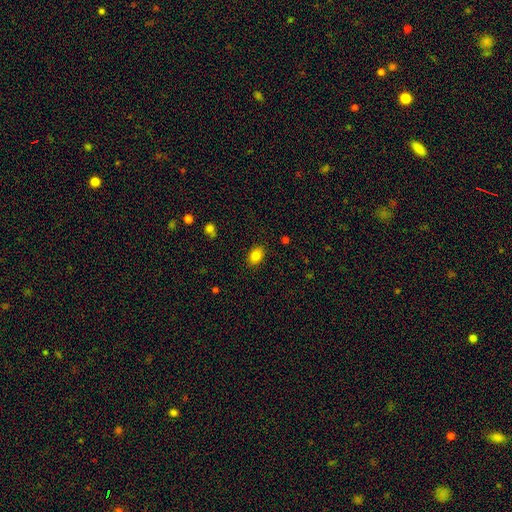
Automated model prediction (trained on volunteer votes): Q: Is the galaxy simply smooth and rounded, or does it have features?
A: smooth — 85%.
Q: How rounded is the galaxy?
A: in between — 80%.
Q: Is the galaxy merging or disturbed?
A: none — 87%.